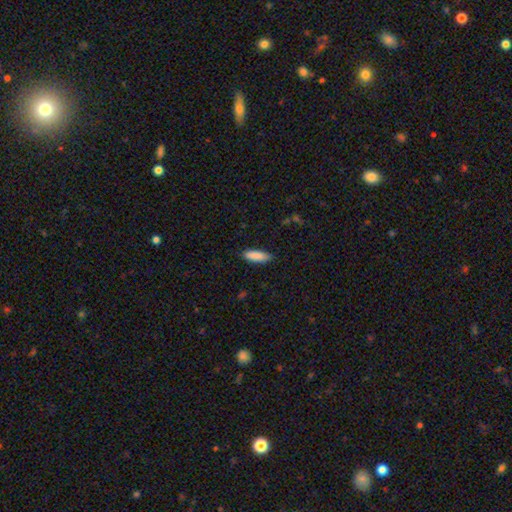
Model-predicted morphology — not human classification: smooth-or-featured: smooth: 89% | star or artifact: 6% | featured or disk: 6%
  how-rounded: in between: 56% | cigar-shaped: 43% | round: 2%
  merging: none: 85% | minor disturbance: 12% | major disturbance: 2% | merger: 1%